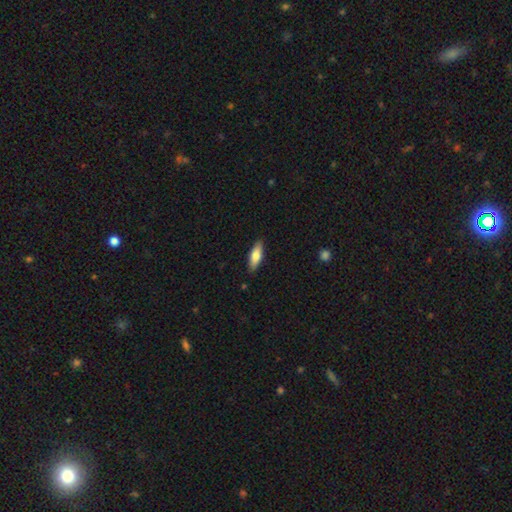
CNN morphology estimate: Overall: smooth (72%). How rounded: in between (58%; cigar-shaped 40%). Merging: none (88%).